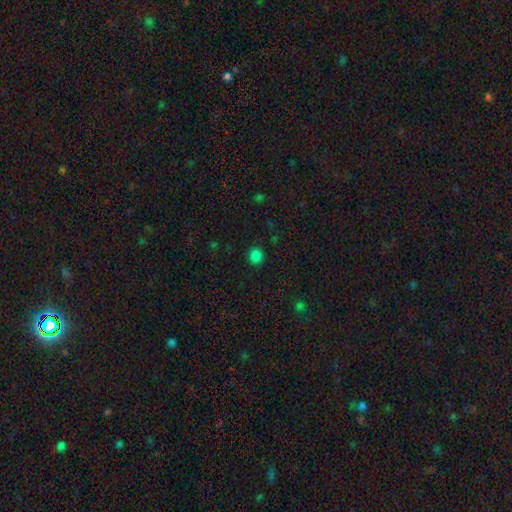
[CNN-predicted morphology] Overall: smooth (82%). How rounded: round (79%). Merging: none (89%).